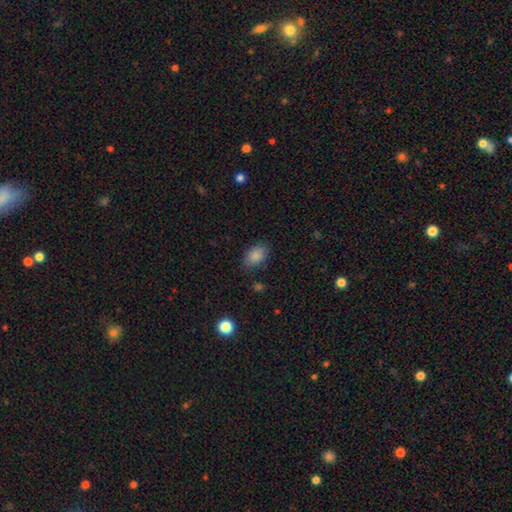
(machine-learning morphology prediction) Smooth or featured? smooth (87%)
How rounded? in between (84%)
Merging? none (78%)